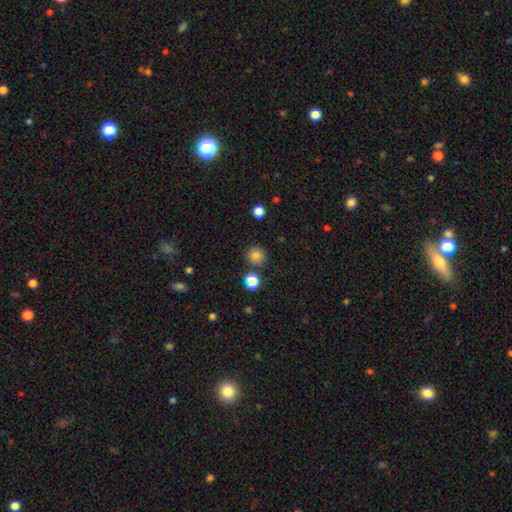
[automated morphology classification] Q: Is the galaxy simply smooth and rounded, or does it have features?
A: smooth — 82%.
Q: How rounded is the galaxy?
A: round — 94%.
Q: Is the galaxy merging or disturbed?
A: none — 87%.